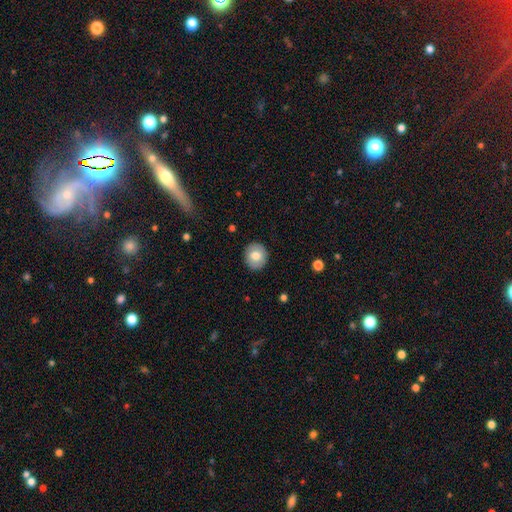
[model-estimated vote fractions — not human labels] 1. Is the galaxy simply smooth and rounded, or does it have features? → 76% smooth, 17% featured or disk, 7% star or artifact.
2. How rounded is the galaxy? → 76% round, 23% in between, 1% cigar-shaped.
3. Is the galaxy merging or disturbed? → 89% none, 8% minor disturbance, 2% major disturbance, 1% merger.